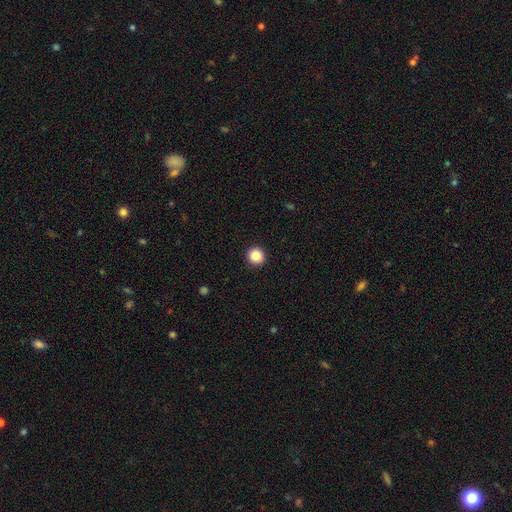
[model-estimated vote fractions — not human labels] smooth 86%, star or artifact 10%, featured or disk 4%. Down the decision tree: how rounded — round (95%); merging — none (93%).